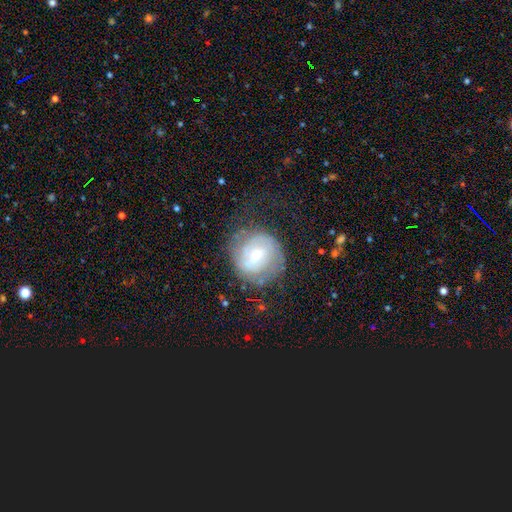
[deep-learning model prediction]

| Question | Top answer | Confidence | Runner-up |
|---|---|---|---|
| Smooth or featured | featured or disk | 65% | smooth (28%) |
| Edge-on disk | no | 97% | yes (3%) |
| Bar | weak | 53% | no (28%) |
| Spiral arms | yes | 80% | no (20%) |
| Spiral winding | tight | 49% | medium (35%) |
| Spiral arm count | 2 | 50% | can't tell (33%) |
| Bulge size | small | 57% | moderate (36%) |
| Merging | none | 64% | minor disturbance (20%) |